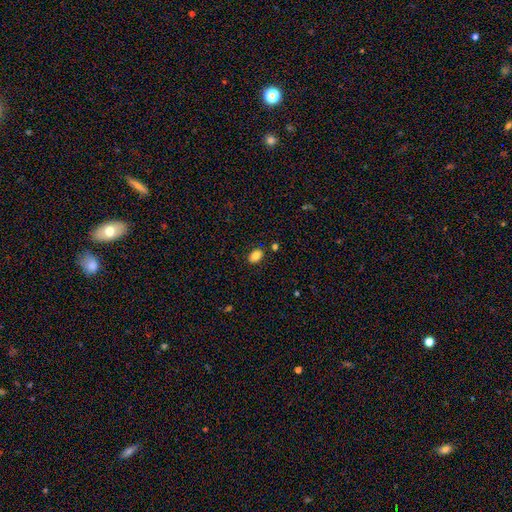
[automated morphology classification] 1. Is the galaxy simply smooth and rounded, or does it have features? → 83% smooth, 9% star or artifact, 7% featured or disk.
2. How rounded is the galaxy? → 81% in between, 18% round, 1% cigar-shaped.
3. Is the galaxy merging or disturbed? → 84% none, 11% minor disturbance, 3% merger, 2% major disturbance.